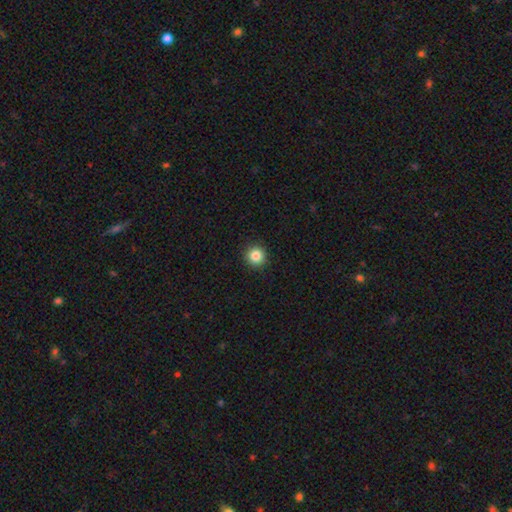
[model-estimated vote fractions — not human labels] Q: Smooth or featured?
A: smooth (84%); runner-up: star or artifact (11%)
Q: How rounded?
A: round (95%); runner-up: in between (4%)
Q: Merging?
A: none (92%); runner-up: minor disturbance (5%)